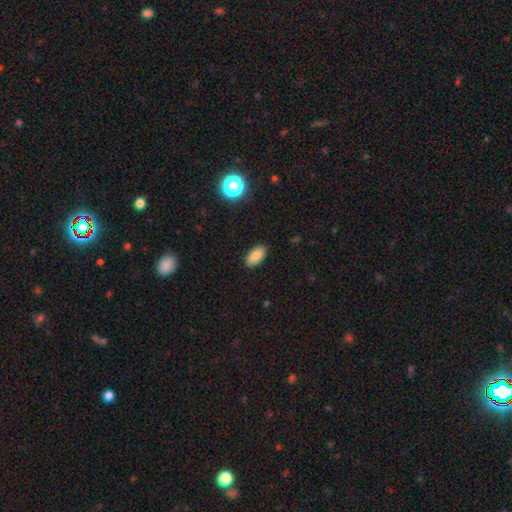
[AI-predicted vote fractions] smooth 85%, star or artifact 9%, featured or disk 6%. Down the decision tree: how rounded — in between (92%); merging — none (88%).